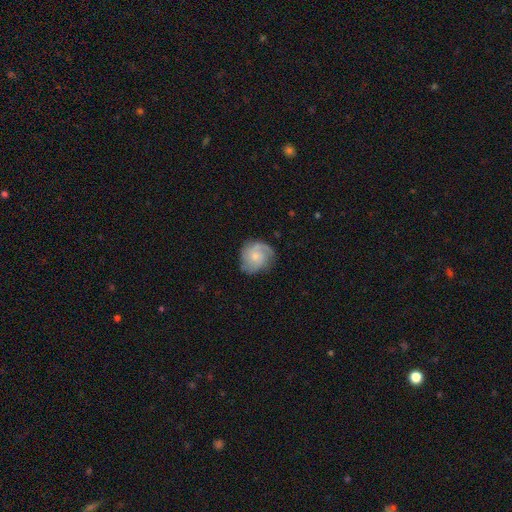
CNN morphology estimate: Smooth or featured: featured or disk — 62% (smooth — 31%)
Edge-on disk: no — 98% (yes — 2%)
Bar: no — 72% (weak — 25%)
Spiral arms: yes — 91% (no — 9%)
Spiral winding: medium — 42% (tight — 38%)
Spiral arm count: 2 — 39% (can't tell — 21%)
Bulge size: small — 53% (moderate — 36%)
Merging: none — 69% (minor disturbance — 20%)